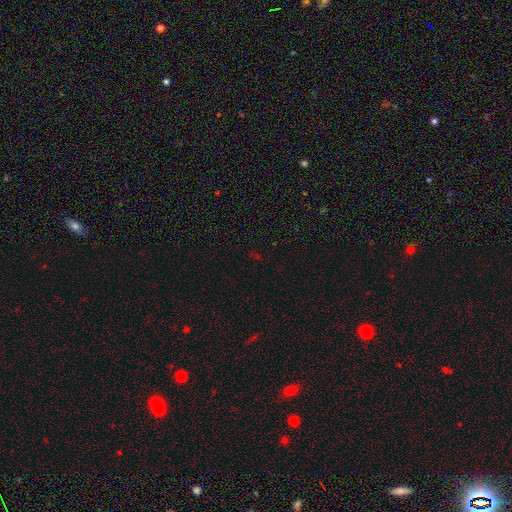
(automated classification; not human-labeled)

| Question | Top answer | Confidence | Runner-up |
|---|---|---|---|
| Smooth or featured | star or artifact | 68% | smooth (24%) |